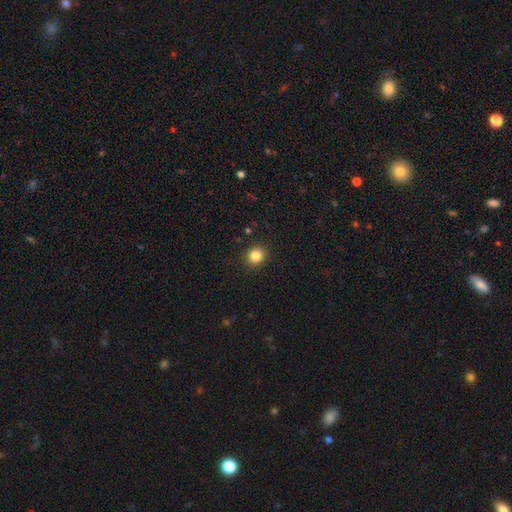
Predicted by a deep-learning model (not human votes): Smooth or featured? Predicted: smooth (p=0.84). How rounded? Predicted: round (p=0.81). Merging? Predicted: none (p=0.91).